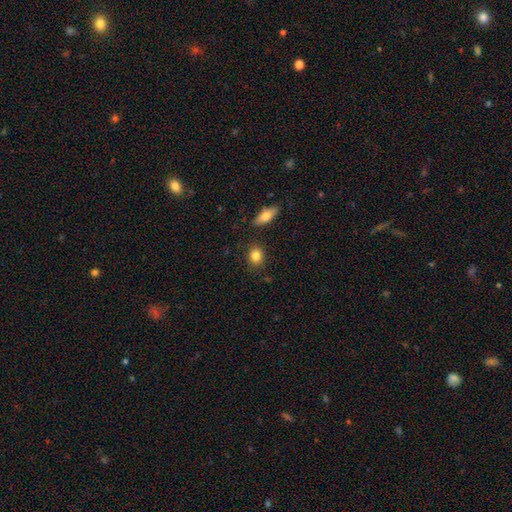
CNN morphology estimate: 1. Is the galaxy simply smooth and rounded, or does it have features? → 84% smooth, 9% star or artifact, 7% featured or disk.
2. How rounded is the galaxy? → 60% round, 38% in between, 2% cigar-shaped.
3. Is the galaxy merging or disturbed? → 86% none, 9% minor disturbance, 3% merger, 2% major disturbance.